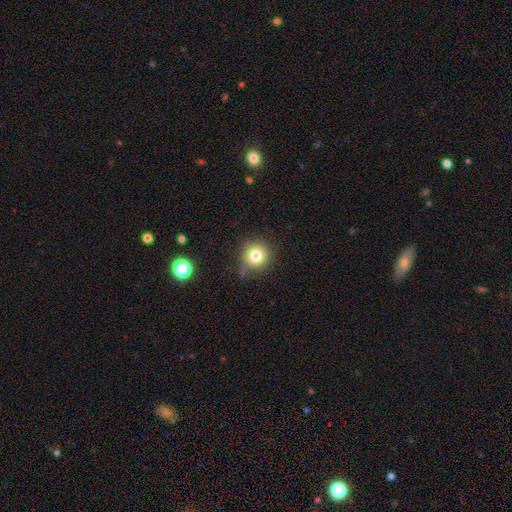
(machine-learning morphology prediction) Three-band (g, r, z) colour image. It shows a smooth galaxy with no disk features (79%) that is round (94%). Merging: none (75%).